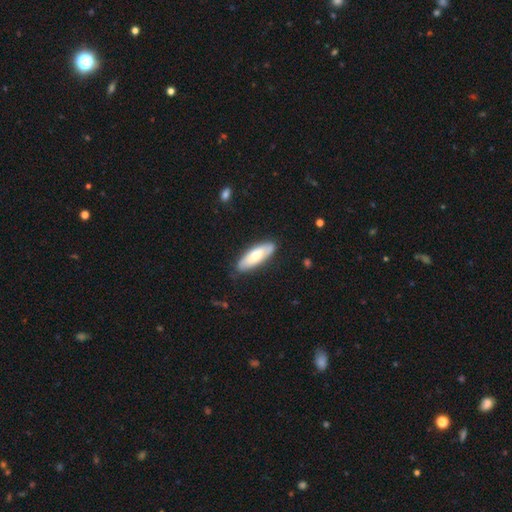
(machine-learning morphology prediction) type=smooth (62%); roundness=in between (62%); merging=none (82%).